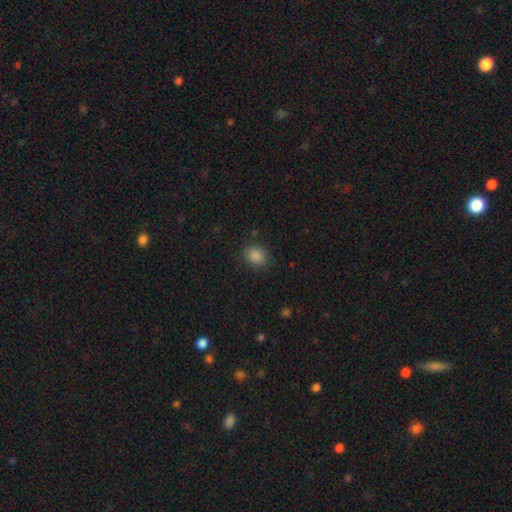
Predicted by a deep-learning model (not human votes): smooth-or-featured: smooth: 86% | star or artifact: 10% | featured or disk: 3%
  how-rounded: round: 66% | in between: 33% | cigar-shaped: 1%
  merging: none: 85% | minor disturbance: 11% | major disturbance: 3% | merger: 1%